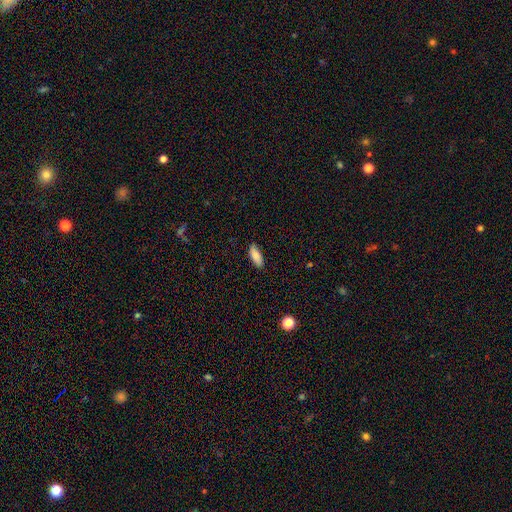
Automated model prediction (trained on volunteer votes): Q: Smooth or featured?
A: smooth (86%); runner-up: featured or disk (7%)
Q: How rounded?
A: in between (79%); runner-up: cigar-shaped (19%)
Q: Merging?
A: none (84%); runner-up: minor disturbance (13%)